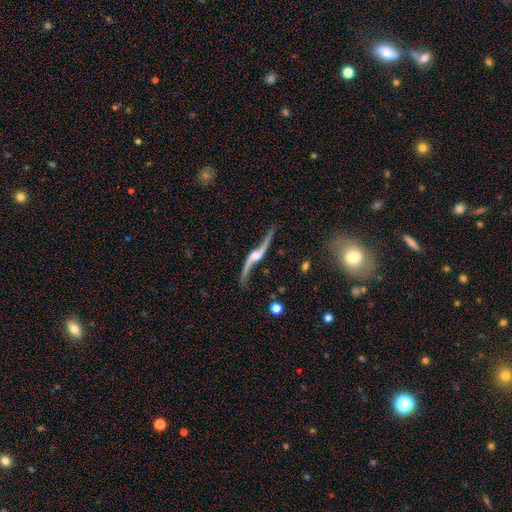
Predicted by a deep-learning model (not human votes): A featured or disk galaxy (90%) with no bar (54%), 2 (94%) loose (95%) spiral arms (95%) and a moderate central bulge (49%).

Vote fractions:
- Smooth or featured? featured or disk: 90% / smooth: 5% / star or artifact: 5%
- Edge-on disk? no: 69% / yes: 31%
- Bar? no: 54% / weak: 30% / strong: 17%
- Spiral arms? yes: 95% / no: 5%
- Spiral winding? loose: 95% / medium: 3% / tight: 2%
- Spiral arm count? 2: 94% / 1: 2% / can't tell: 1% / 3: 1% / 4: 1% / more than 4: 1%
- Bulge size? moderate: 49% / small: 29% / large: 11% / none: 9% / dominant: 3%
- Merging? none: 68% / minor disturbance: 17% / major disturbance: 10% / merger: 5%